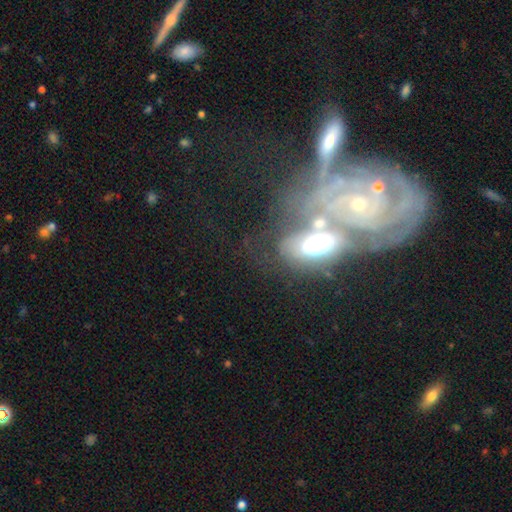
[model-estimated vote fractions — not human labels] Morphology: type=featured or disk (66%); edge-on=no (90%); bar=no (67%); spiral arms=yes (84%); bulge=small (49%); merging=merger (40%).